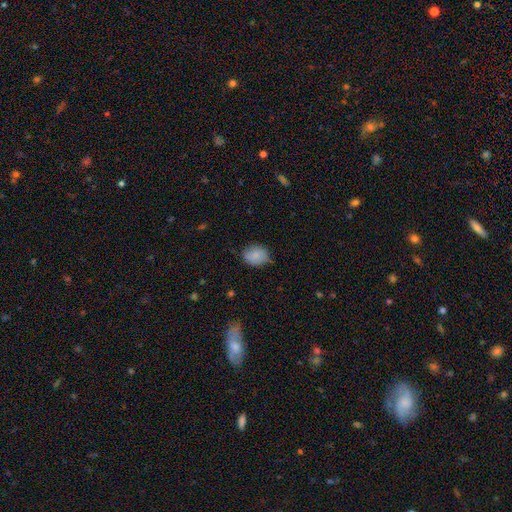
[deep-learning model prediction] This appears to be a smooth galaxy with no disk features (84%) that is round (52%). Merging: none (70%).